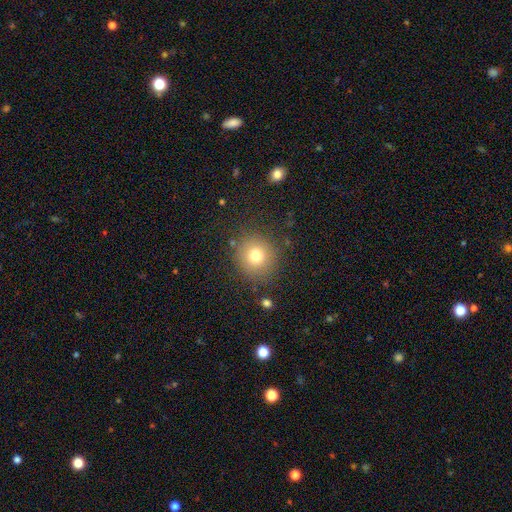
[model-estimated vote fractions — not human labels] smooth 75%, star or artifact 14%, featured or disk 11%. Down the decision tree: how rounded — round (91%); merging — none (84%).